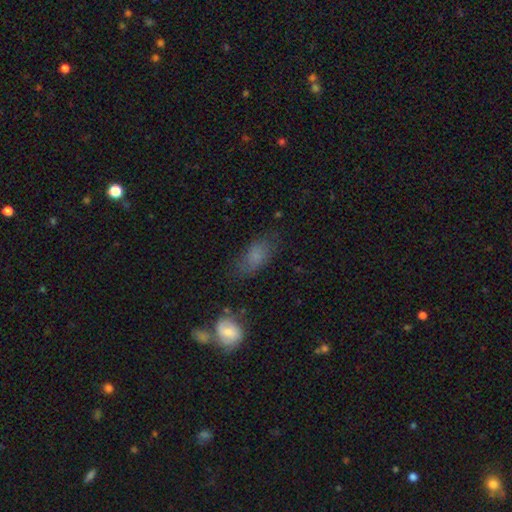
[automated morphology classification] The model was most divided on "merging": none: 59%, minor disturbance: 24%, major disturbance: 12%, merger: 5%. More confident: how rounded — in between (85%); smooth or featured — smooth (74%).